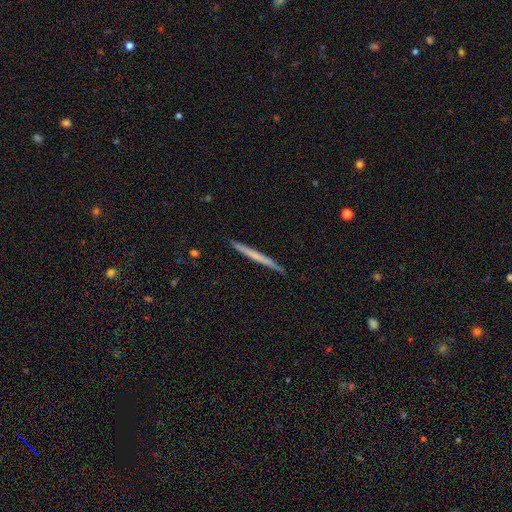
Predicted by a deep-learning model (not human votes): Smooth or featured?
  - smooth: 49% *
  - featured or disk: 46%
  - star or artifact: 5%
Merging?
  - none: 92% *
  - minor disturbance: 6%
  - major disturbance: 1%
  - merger: 1%